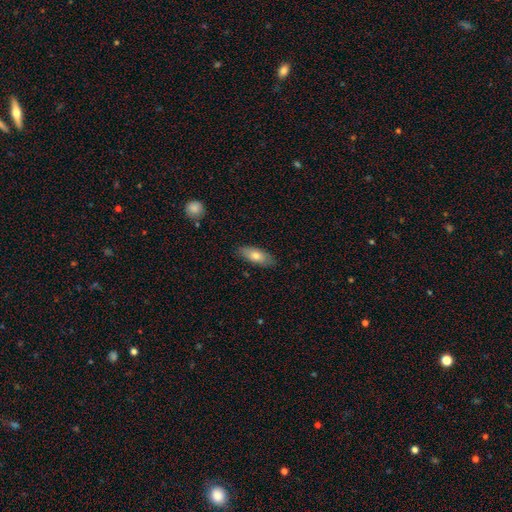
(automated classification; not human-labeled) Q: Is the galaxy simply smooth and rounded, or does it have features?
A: smooth — 72%.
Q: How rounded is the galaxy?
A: in between — 75%.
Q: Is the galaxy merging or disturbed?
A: none — 85%.